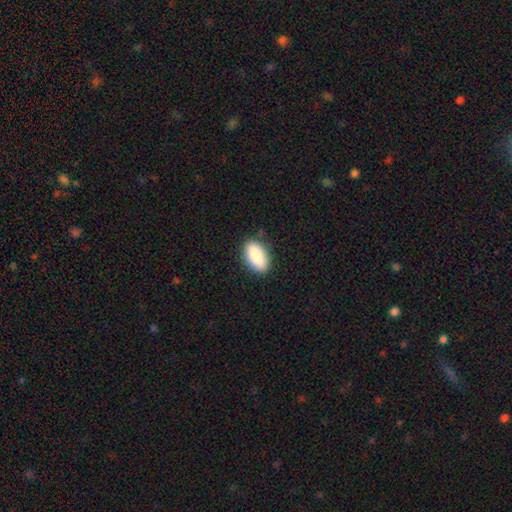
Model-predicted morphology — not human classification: smooth 85%, featured or disk 8%, star or artifact 7%. Down the decision tree: how rounded — in between (93%); merging — none (85%).